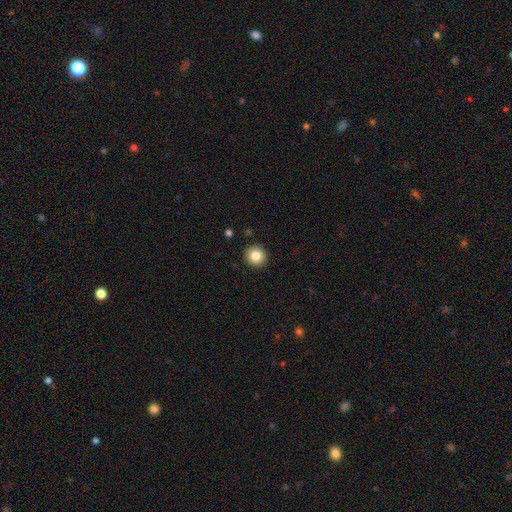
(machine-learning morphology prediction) smooth-or-featured: smooth: 84% | star or artifact: 10% | featured or disk: 7%
  how-rounded: round: 94% | in between: 5% | cigar-shaped: 1%
  merging: none: 92% | minor disturbance: 5% | major disturbance: 2% | merger: 1%